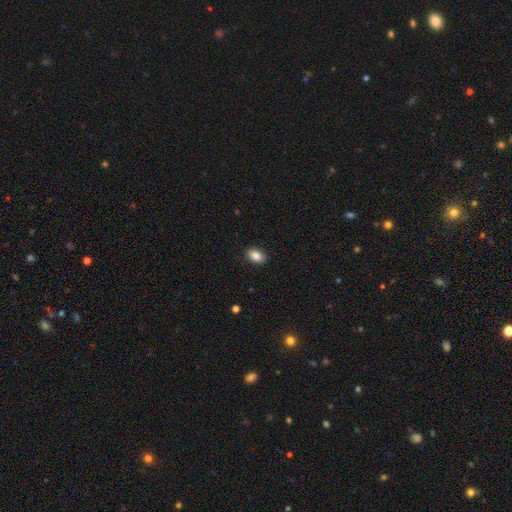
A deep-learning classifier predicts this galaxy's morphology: Smooth or featured: smooth — 86% (star or artifact — 8%)
How rounded: in between — 83% (round — 15%)
Merging: none — 90% (minor disturbance — 8%)